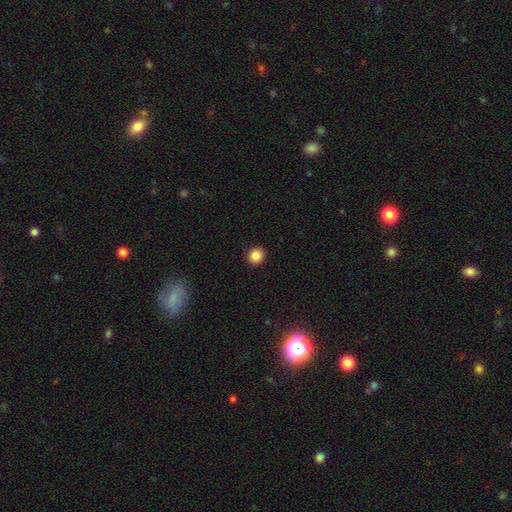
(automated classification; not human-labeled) Smooth or featured?
  - smooth: 86% *
  - star or artifact: 10%
  - featured or disk: 4%
How rounded?
  - round: 91% *
  - in between: 8%
  - cigar-shaped: 1%
Merging?
  - none: 93% *
  - minor disturbance: 4%
  - major disturbance: 2%
  - merger: 1%